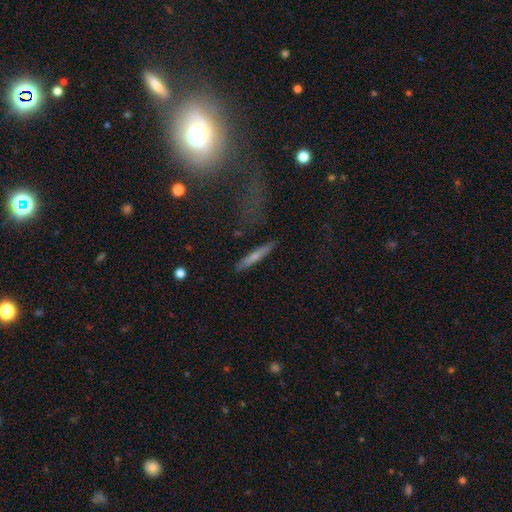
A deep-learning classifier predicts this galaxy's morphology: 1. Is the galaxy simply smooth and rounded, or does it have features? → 54% smooth, 37% featured or disk, 9% star or artifact.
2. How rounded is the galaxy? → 91% cigar-shaped, 6% in between, 3% round.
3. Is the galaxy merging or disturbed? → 85% none, 9% minor disturbance, 3% major disturbance, 2% merger.